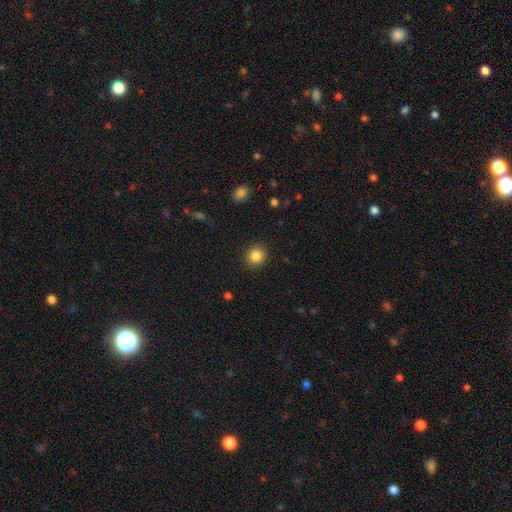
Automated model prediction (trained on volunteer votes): This is clearly a smooth galaxy (85%). How rounded: clearly round (88%). Merging: clearly none (91%).